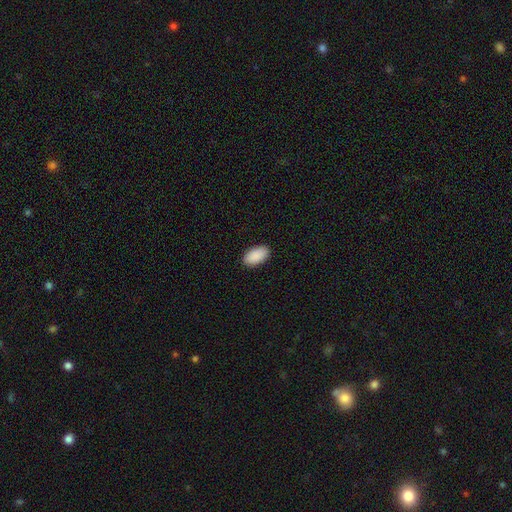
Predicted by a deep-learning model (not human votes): Smooth or featured? smooth (91%)
How rounded? in between (95%)
Merging? none (89%)